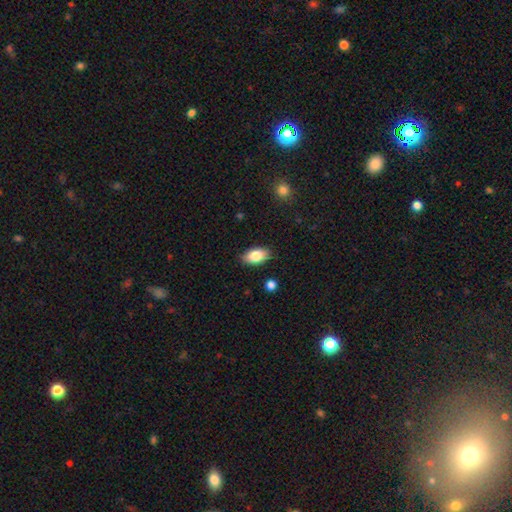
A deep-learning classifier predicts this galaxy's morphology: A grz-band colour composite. It shows a smooth galaxy with no disk features (83%) that is in between round and cigar-shaped (92%). Merging: none (86%).